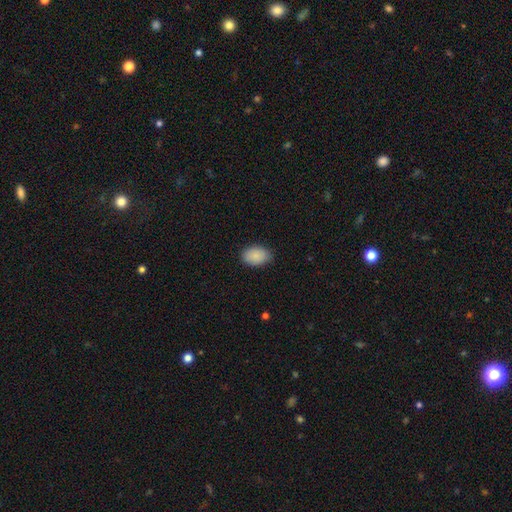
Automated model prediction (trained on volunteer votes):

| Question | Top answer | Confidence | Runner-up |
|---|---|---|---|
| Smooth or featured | smooth | 89% | star or artifact (7%) |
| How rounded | in between | 88% | round (11%) |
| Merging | none | 84% | minor disturbance (13%) |